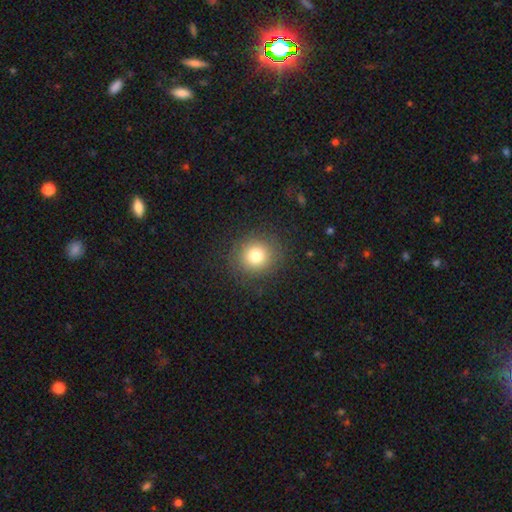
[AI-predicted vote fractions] This is likely a smooth galaxy (79%). How rounded: clearly round (89%). Merging: clearly none (87%).